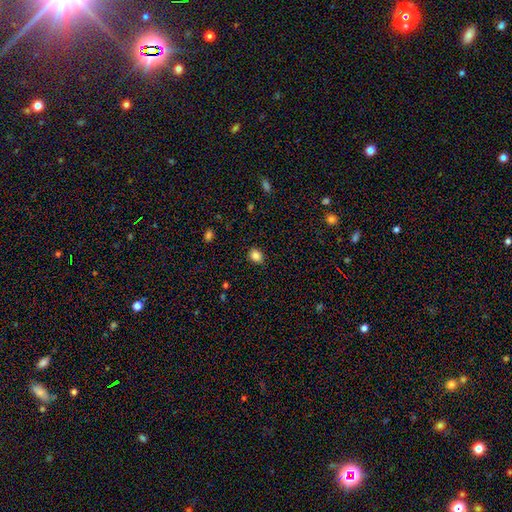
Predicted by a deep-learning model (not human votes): Smooth or featured?
  - smooth: 85% *
  - star or artifact: 10%
  - featured or disk: 5%
How rounded?
  - in between: 59% *
  - round: 40%
  - cigar-shaped: 1%
Merging?
  - none: 88% *
  - minor disturbance: 9%
  - major disturbance: 2%
  - merger: 1%